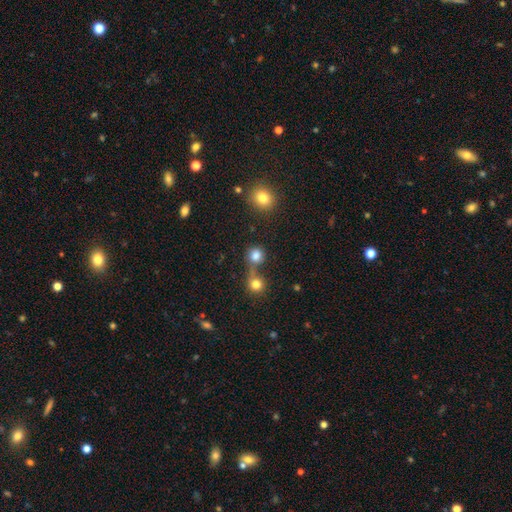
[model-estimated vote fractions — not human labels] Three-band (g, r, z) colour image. It shows a smooth galaxy with no disk features (82%) that is round (89%). Merging: none (59%).